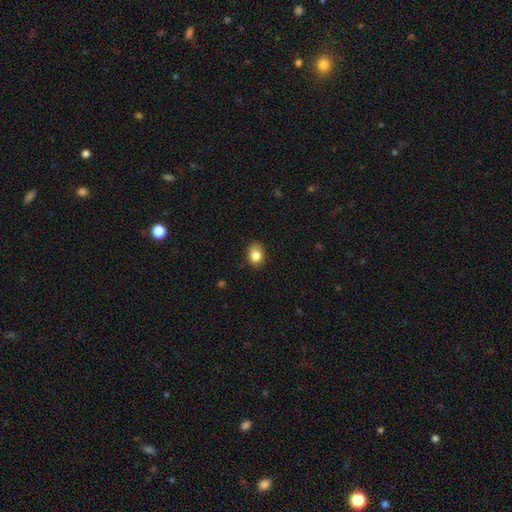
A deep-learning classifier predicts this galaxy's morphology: smooth-or-featured: smooth: 83% | star or artifact: 10% | featured or disk: 8%
  how-rounded: in between: 55% | round: 44% | cigar-shaped: 1%
  merging: none: 79% | minor disturbance: 17% | major disturbance: 3% | merger: 1%